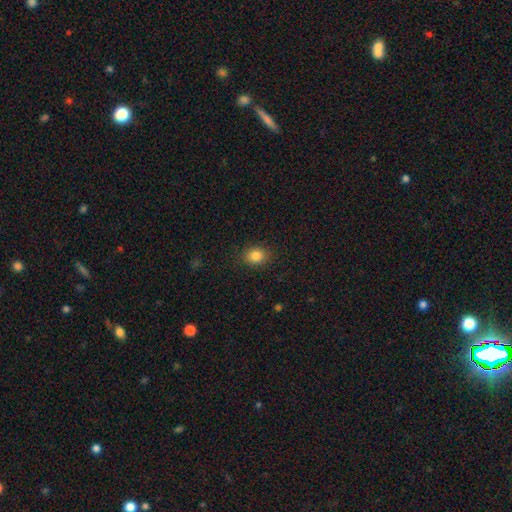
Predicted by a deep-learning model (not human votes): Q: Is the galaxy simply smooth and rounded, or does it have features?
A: smooth — 84%.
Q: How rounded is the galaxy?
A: round — 54%.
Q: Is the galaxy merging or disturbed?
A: none — 88%.